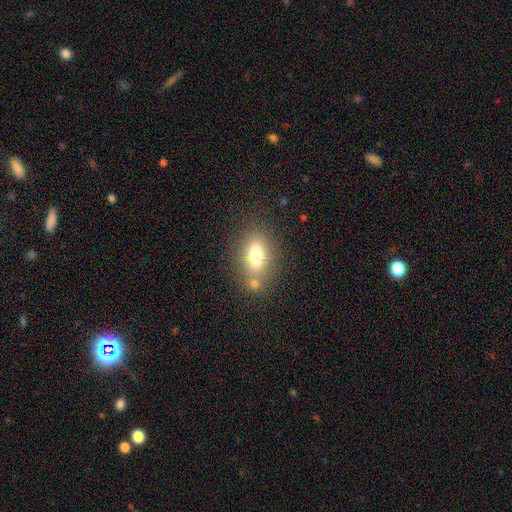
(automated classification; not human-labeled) Q: Smooth or featured?
A: smooth (73%); runner-up: featured or disk (17%)
Q: How rounded?
A: in between (81%); runner-up: round (10%)
Q: Merging?
A: none (62%); runner-up: merger (20%)